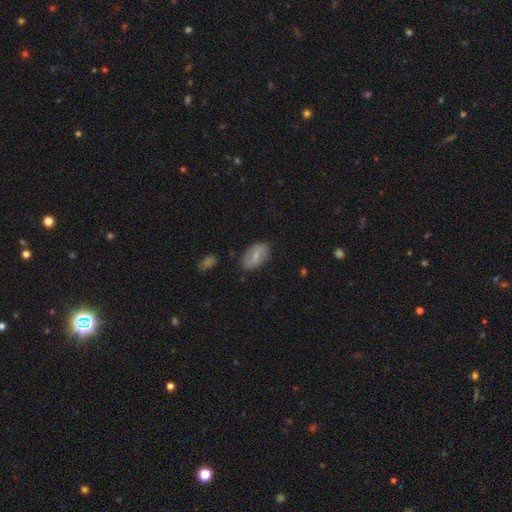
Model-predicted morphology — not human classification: Smooth or featured? smooth (54%)
How rounded? in between (91%)
Merging? none (82%)